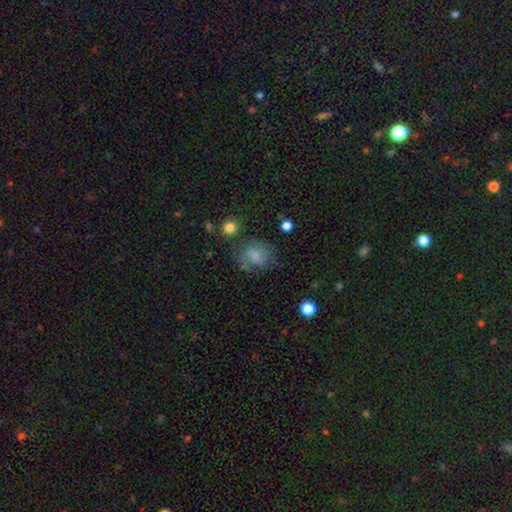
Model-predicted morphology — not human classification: Q: Smooth or featured?
A: smooth (62%); runner-up: featured or disk (22%)
Q: How rounded?
A: round (53%); runner-up: in between (46%)
Q: Merging?
A: none (63%); runner-up: minor disturbance (22%)